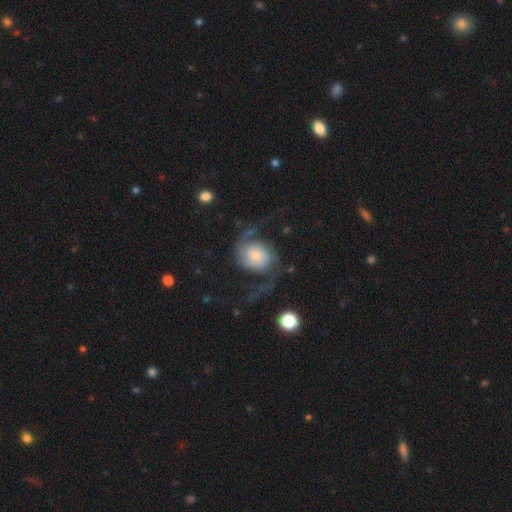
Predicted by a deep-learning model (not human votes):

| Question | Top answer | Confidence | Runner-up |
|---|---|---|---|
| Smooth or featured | featured or disk | 81% | smooth (12%) |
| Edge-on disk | no | 98% | yes (2%) |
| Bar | no | 72% | weak (22%) |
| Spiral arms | yes | 96% | no (4%) |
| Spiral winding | loose | 56% | medium (33%) |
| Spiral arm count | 2 | 90% | can't tell (3%) |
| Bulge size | small | 59% | moderate (23%) |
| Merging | none | 60% | major disturbance (23%) |